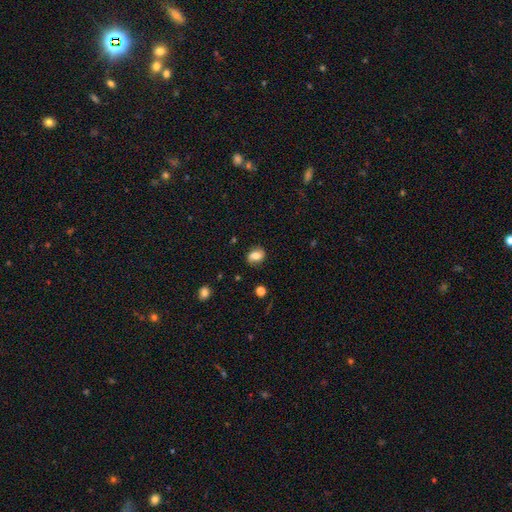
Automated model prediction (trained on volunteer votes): Smooth or featured?
  - smooth: 58% *
  - featured or disk: 32%
  - star or artifact: 10%
How rounded?
  - in between: 62% *
  - round: 36%
  - cigar-shaped: 2%
Merging?
  - none: 77% *
  - minor disturbance: 16%
  - major disturbance: 5%
  - merger: 2%